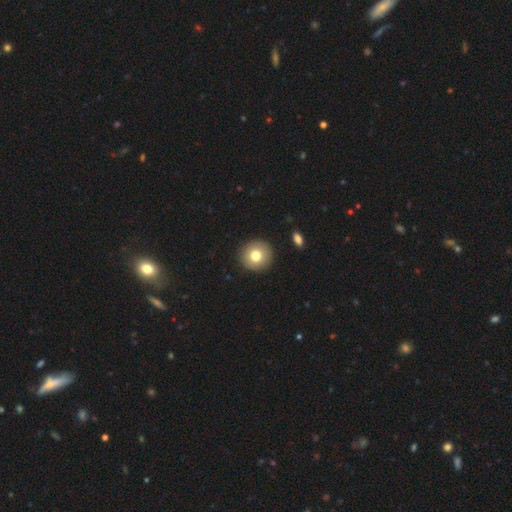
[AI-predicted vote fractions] This appears to be a smooth galaxy with no disk features (77%) that is round (92%). Merging: none (92%).